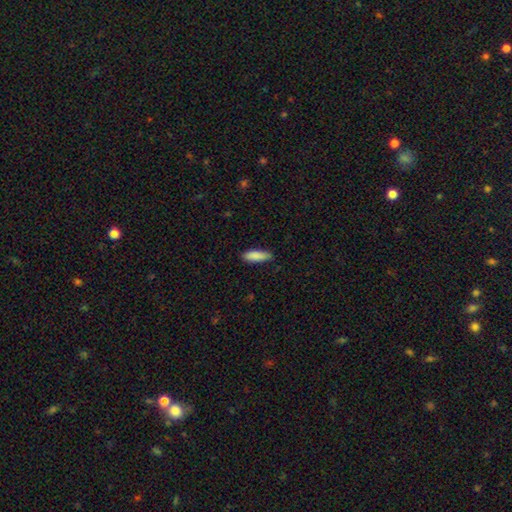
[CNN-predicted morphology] Smooth or featured: smooth — 88% (star or artifact — 6%)
How rounded: in between — 51% (cigar-shaped — 47%)
Merging: none — 82% (minor disturbance — 14%)